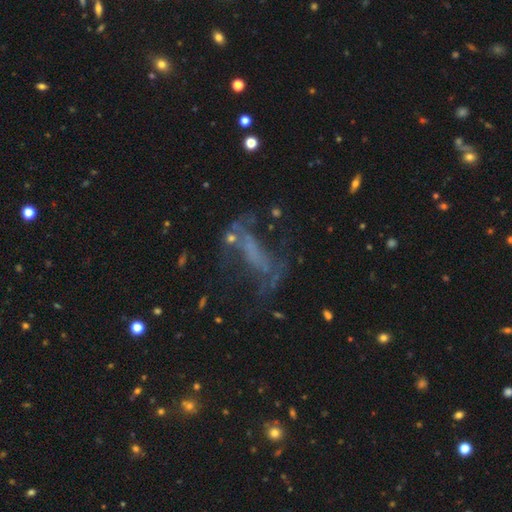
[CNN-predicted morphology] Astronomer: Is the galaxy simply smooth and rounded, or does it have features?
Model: featured or disk — 59%.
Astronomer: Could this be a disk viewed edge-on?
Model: no — 91%.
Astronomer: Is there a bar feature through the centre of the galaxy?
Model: no — 52%.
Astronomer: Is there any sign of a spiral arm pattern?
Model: no — 57% (runner-up: yes, 43%).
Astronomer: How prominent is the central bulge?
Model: none — 67%.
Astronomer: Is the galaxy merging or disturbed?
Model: none — 40% (runner-up: major disturbance, 35%).